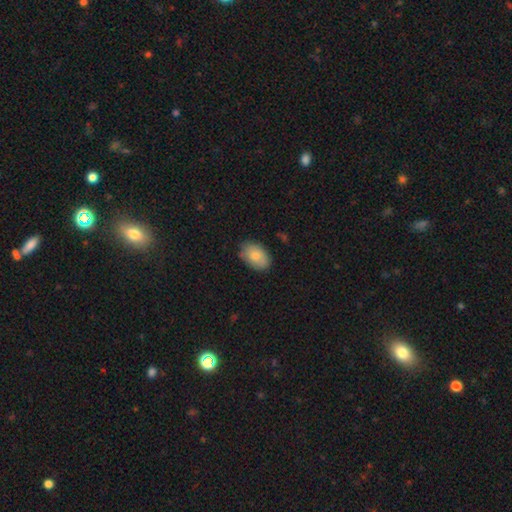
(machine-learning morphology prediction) A smooth galaxy with no disk features (81%) that is in between round and cigar-shaped (88%).

Vote fractions:
- Smooth or featured? smooth: 81% / featured or disk: 12% / star or artifact: 6%
- How rounded? in between: 88% / round: 11% / cigar-shaped: 1%
- Merging? none: 81% / minor disturbance: 15% / major disturbance: 3% / merger: 1%